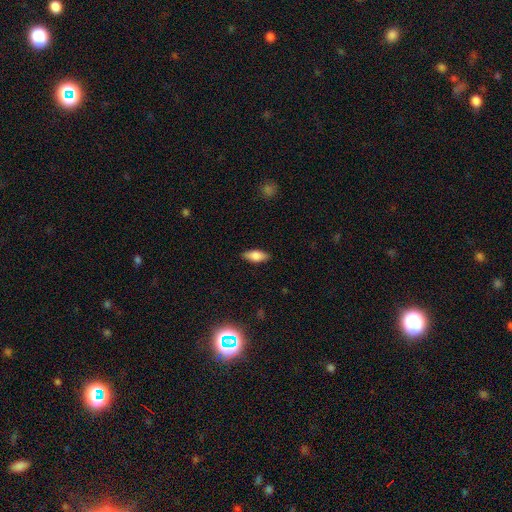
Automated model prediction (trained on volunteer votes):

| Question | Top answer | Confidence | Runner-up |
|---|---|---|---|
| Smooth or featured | smooth | 78% | featured or disk (15%) |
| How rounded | in between | 81% | cigar-shaped (16%) |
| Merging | none | 87% | minor disturbance (10%) |